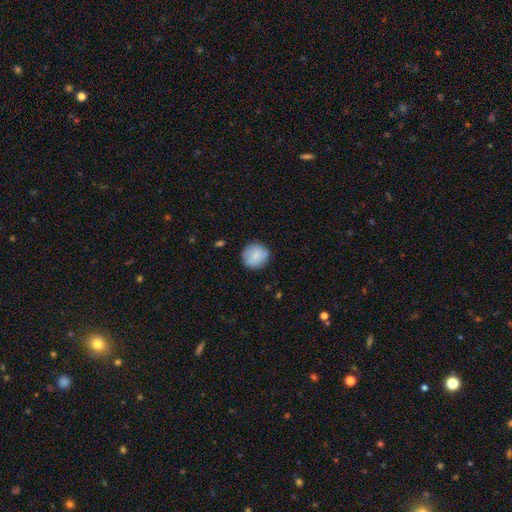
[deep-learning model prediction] Smooth or featured? Predicted: smooth (p=0.84). How rounded? Predicted: round (p=0.92). Merging? Predicted: none (p=0.85).